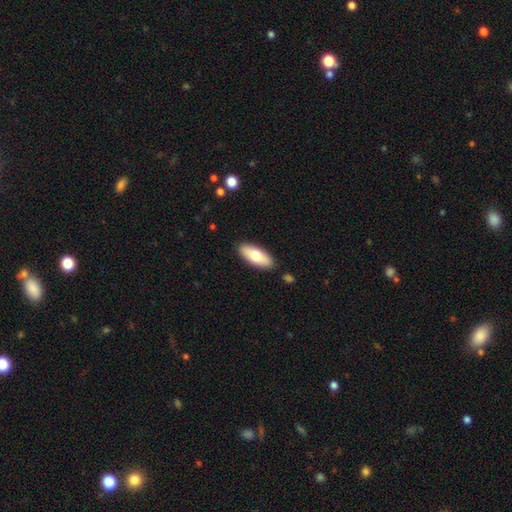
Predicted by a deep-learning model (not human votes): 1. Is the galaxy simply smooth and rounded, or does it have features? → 71% smooth, 23% featured or disk, 6% star or artifact.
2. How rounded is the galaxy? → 78% in between, 20% cigar-shaped, 2% round.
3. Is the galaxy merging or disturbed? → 88% none, 8% minor disturbance, 2% major disturbance, 2% merger.